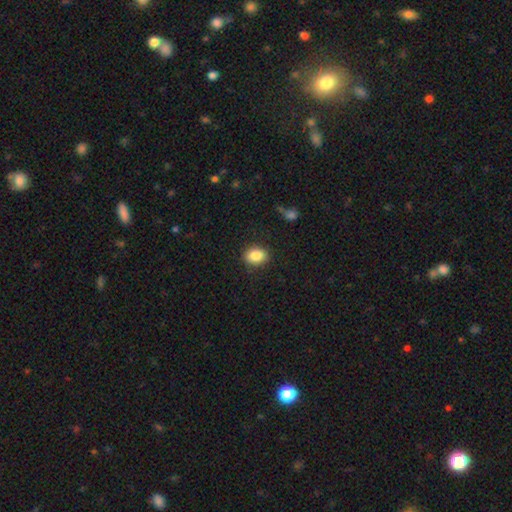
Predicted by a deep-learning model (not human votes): A smooth galaxy with no disk features (87%) that is in between round and cigar-shaped (62%).

Vote fractions:
- Smooth or featured? smooth: 87% / star or artifact: 8% / featured or disk: 5%
- How rounded? in between: 62% / round: 37% / cigar-shaped: 1%
- Merging? none: 87% / minor disturbance: 9% / major disturbance: 3% / merger: 1%